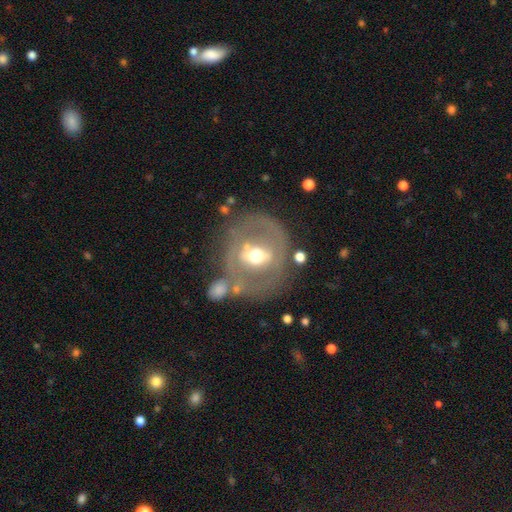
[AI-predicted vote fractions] Smooth or featured? Predicted: featured or disk (p=0.66). Edge-on disk? Predicted: no (p=0.93). Bar? Predicted: strong (p=0.37). Spiral arms? Predicted: no (p=0.75). Bulge size? Predicted: moderate (p=0.71). Merging? Predicted: none (p=0.65).